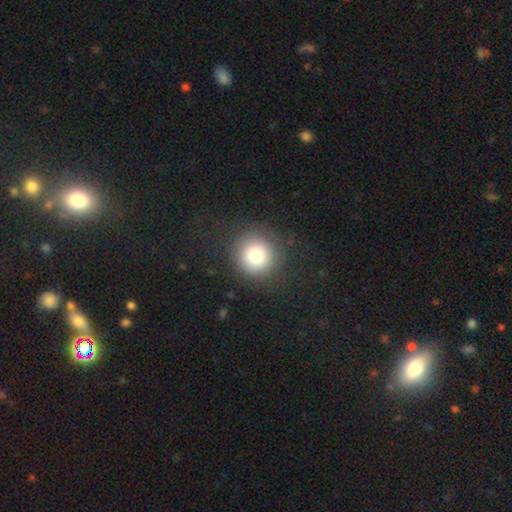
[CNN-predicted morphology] Q: Smooth or featured?
A: smooth (80%); runner-up: star or artifact (11%)
Q: How rounded?
A: round (94%); runner-up: in between (5%)
Q: Merging?
A: none (87%); runner-up: minor disturbance (8%)